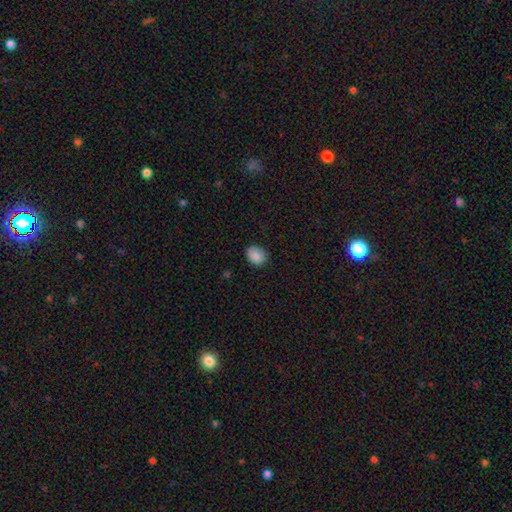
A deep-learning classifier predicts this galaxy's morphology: A smooth galaxy with no disk features (88%) that is in between round and cigar-shaped (57%).

Vote fractions:
- Smooth or featured? smooth: 88% / star or artifact: 8% / featured or disk: 4%
- How rounded? in between: 57% / round: 42% / cigar-shaped: 1%
- Merging? none: 83% / minor disturbance: 13% / major disturbance: 3% / merger: 1%